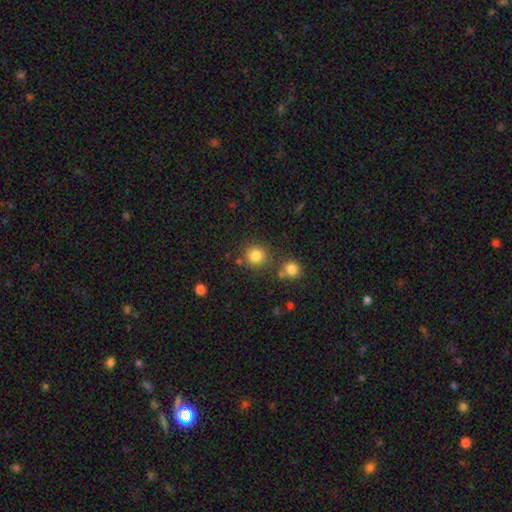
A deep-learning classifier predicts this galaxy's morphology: smooth 83%, star or artifact 11%, featured or disk 5%. Down the decision tree: how rounded — round (91%); merging — none (79%).